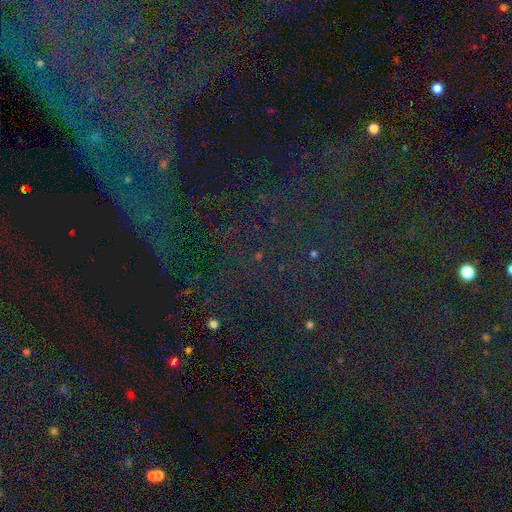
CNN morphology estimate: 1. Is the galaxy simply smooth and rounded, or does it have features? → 81% star or artifact, 10% smooth, 9% featured or disk.